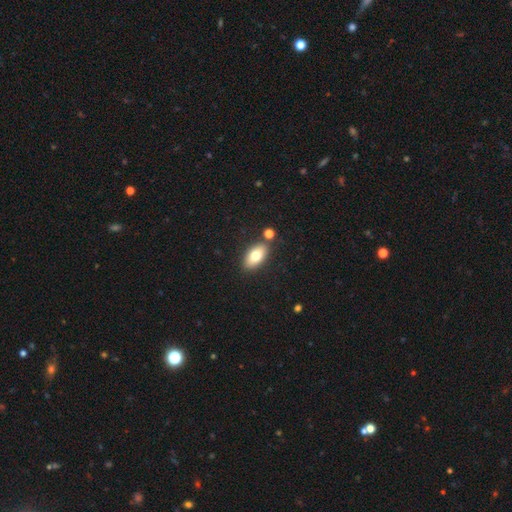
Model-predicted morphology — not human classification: A smooth galaxy with no disk features (76%) that is in between round and cigar-shaped (90%). Merging: none (81%).